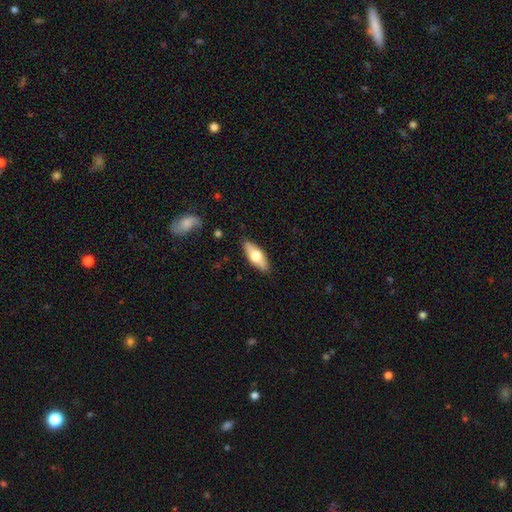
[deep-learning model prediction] Overall: smooth (60%; featured or disk 34%). How rounded: in between (72%). Merging: none (87%).